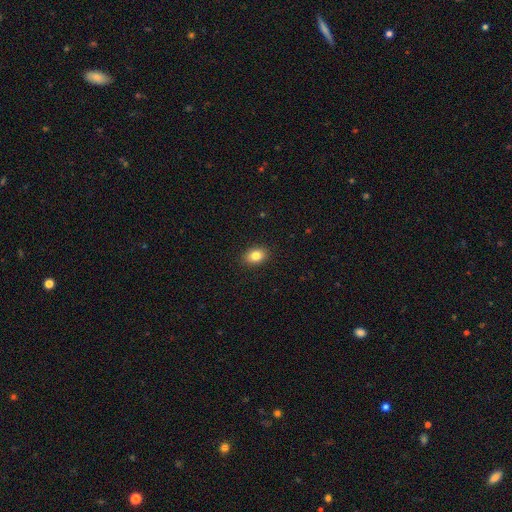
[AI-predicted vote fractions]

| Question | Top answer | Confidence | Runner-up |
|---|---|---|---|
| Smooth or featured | smooth | 82% | star or artifact (10%) |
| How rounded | in between | 73% | round (26%) |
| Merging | none | 90% | minor disturbance (7%) |